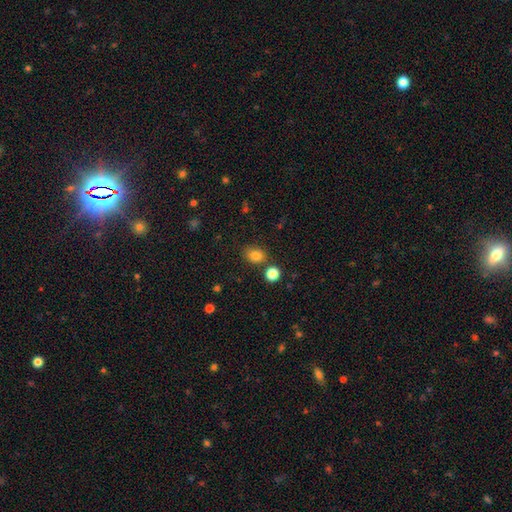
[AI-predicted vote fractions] This is clearly a smooth galaxy (83%). How rounded: possibly in between (59%). Merging: likely none (73%).